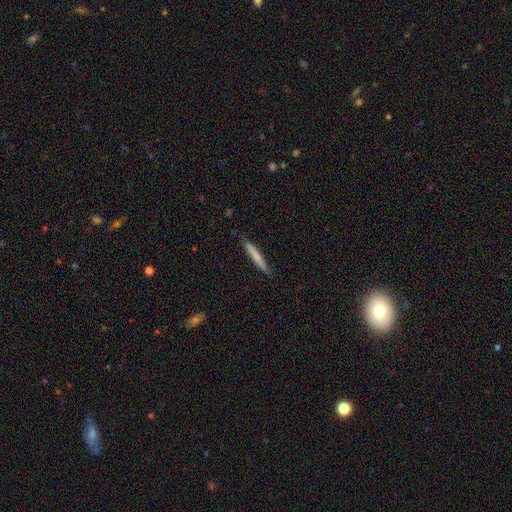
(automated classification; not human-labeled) smooth 72%, featured or disk 22%, star or artifact 5%. Down the decision tree: how rounded — cigar-shaped (96%); merging — none (87%).